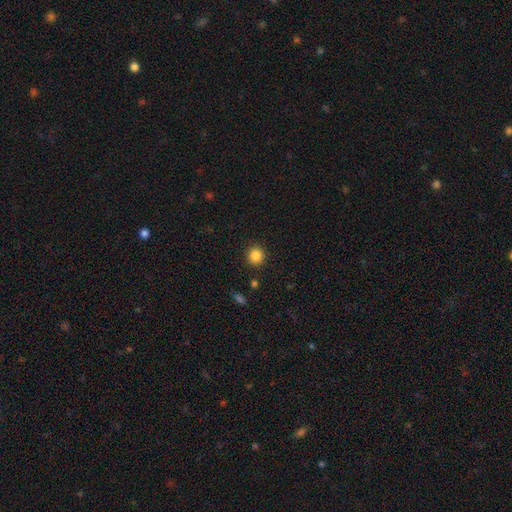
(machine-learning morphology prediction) Smooth or featured? Predicted: smooth (p=0.85). How rounded? Predicted: round (p=0.93). Merging? Predicted: none (p=0.92).